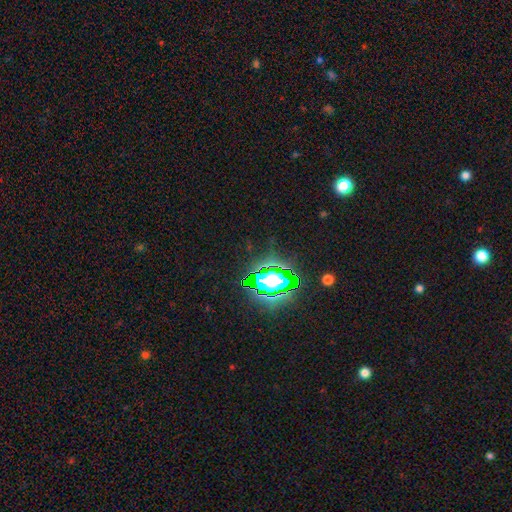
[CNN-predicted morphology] A star or artifact, not a galaxy (78%).